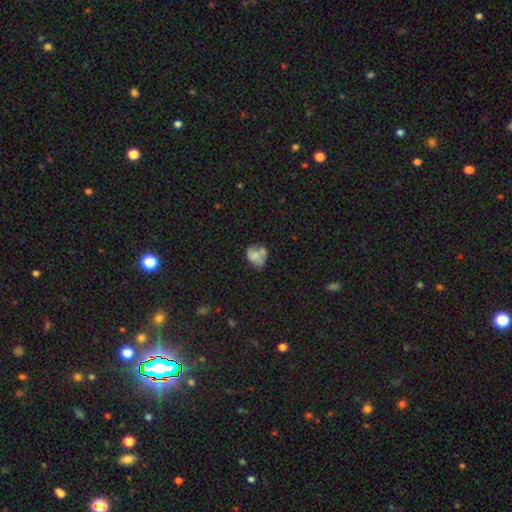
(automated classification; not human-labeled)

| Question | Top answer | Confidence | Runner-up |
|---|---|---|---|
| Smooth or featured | smooth | 58% | featured or disk (30%) |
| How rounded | in between | 56% | round (43%) |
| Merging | none | 35% | minor disturbance (26%) |